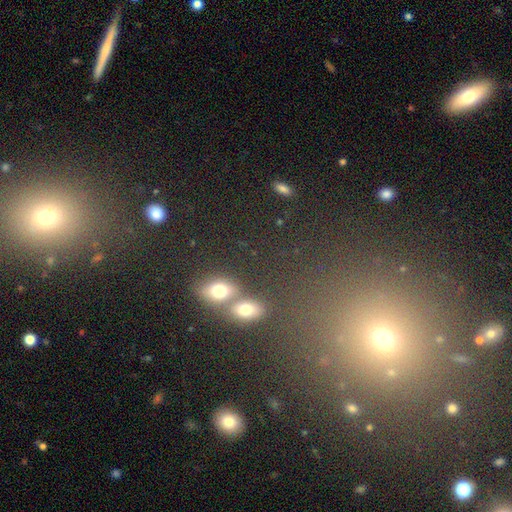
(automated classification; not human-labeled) This is possibly a star or artifact rather than a galaxy (49%).